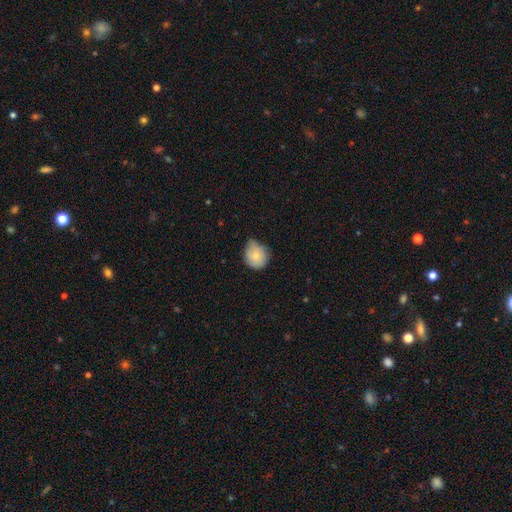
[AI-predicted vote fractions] Smooth or featured? smooth (76%)
How rounded? round (68%)
Merging? none (50%)